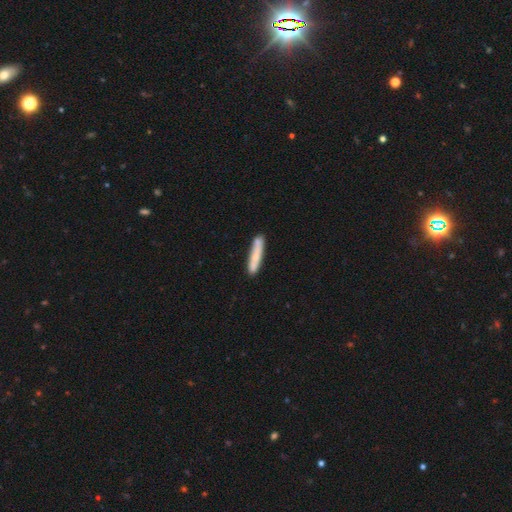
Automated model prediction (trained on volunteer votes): The model was most divided on "smooth or featured": smooth: 68%, featured or disk: 26%, star or artifact: 6%. More confident: how rounded — cigar-shaped (90%); merging — none (75%).